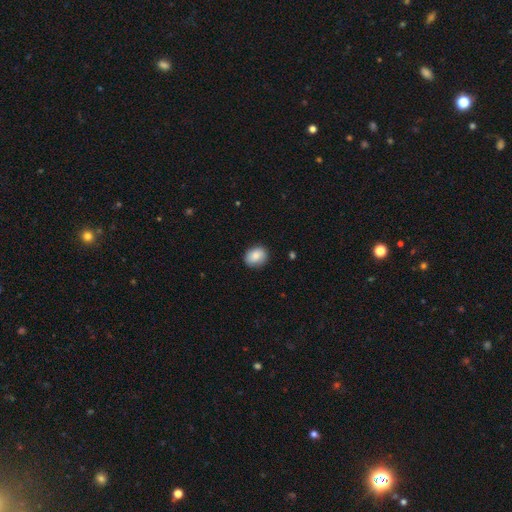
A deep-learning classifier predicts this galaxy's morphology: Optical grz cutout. It shows a smooth galaxy with no disk features (84%) that is round (51%). Merging: none (84%).